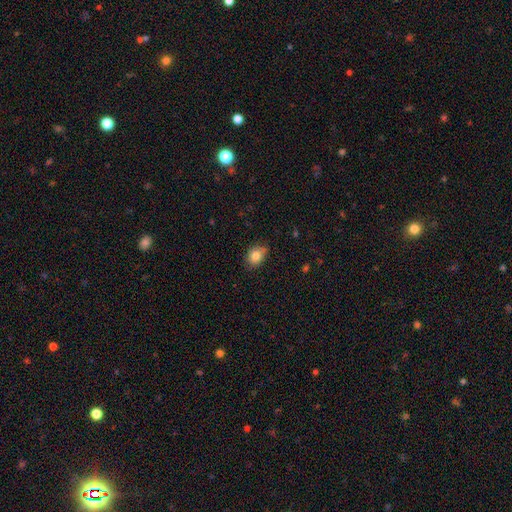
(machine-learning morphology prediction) A smooth galaxy with no disk features (84%) that is in between round and cigar-shaped (62%). Merging: none (73%).